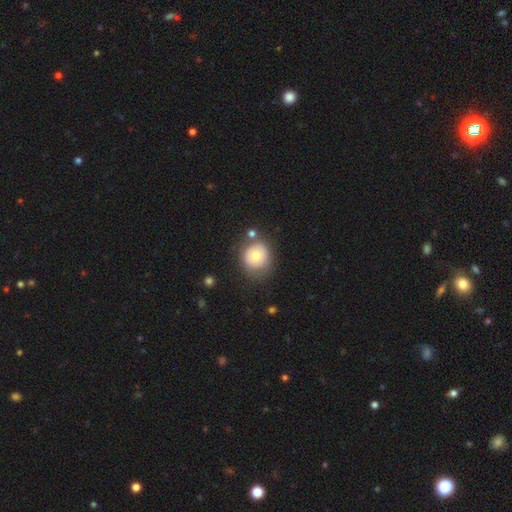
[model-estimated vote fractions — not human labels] Smooth or featured?
  - smooth: 66% *
  - featured or disk: 25%
  - star or artifact: 8%
How rounded?
  - round: 86% *
  - in between: 14%
  - cigar-shaped: 1%
Merging?
  - none: 66% *
  - minor disturbance: 19%
  - merger: 8%
  - major disturbance: 7%